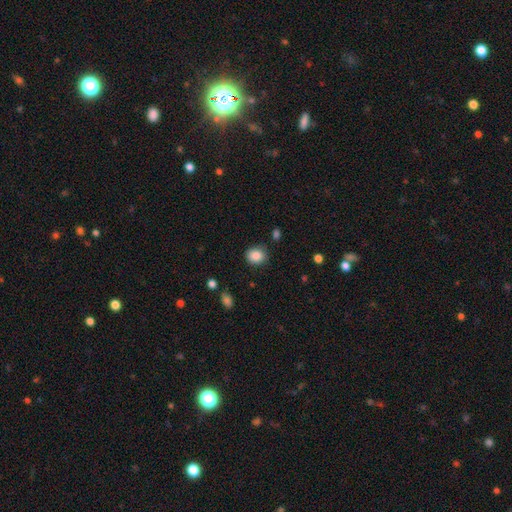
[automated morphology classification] The model was most divided on "how rounded": round: 68%, in between: 31%, cigar-shaped: 1%. More confident: smooth or featured — smooth (87%); merging — none (80%).